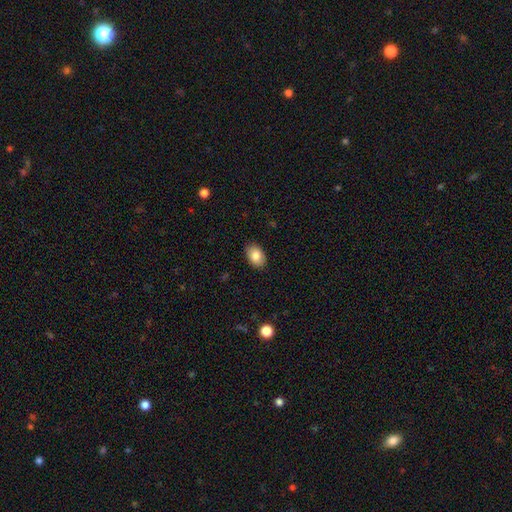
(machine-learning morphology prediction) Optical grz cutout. It shows a smooth galaxy with no disk features (86%) that is in between round and cigar-shaped (87%). Merging: none (89%).